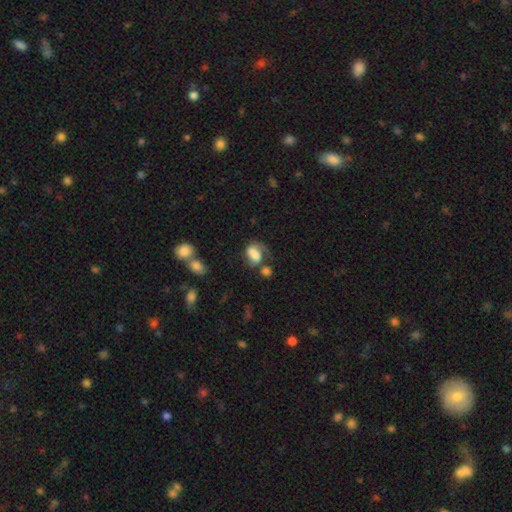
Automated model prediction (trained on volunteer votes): Smooth or featured? smooth (57%)
How rounded? in between (79%)
Merging? none (31%)